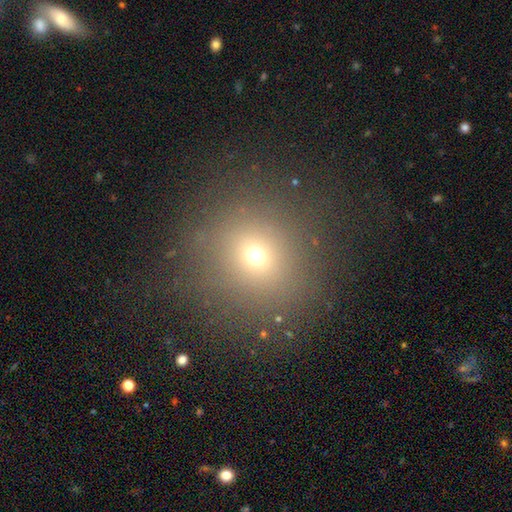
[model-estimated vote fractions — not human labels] smooth-or-featured: smooth: 65% | star or artifact: 24% | featured or disk: 11%
  how-rounded: round: 90% | in between: 9% | cigar-shaped: 1%
  merging: none: 85% | minor disturbance: 8% | major disturbance: 5% | merger: 2%